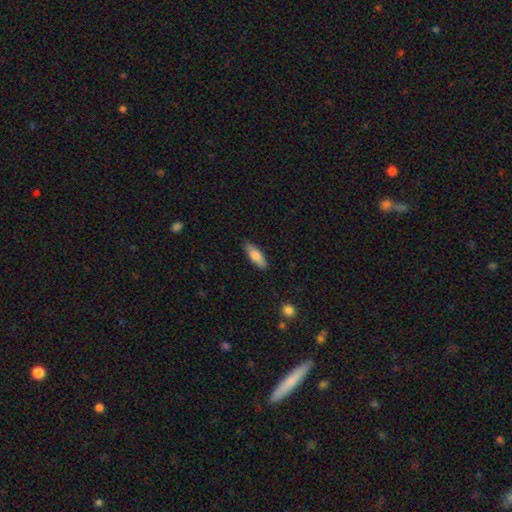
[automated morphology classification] Smooth or featured?
  - smooth: 79% *
  - featured or disk: 15%
  - star or artifact: 6%
How rounded?
  - in between: 57% *
  - cigar-shaped: 41%
  - round: 2%
Merging?
  - none: 84% *
  - minor disturbance: 13%
  - major disturbance: 2%
  - merger: 1%